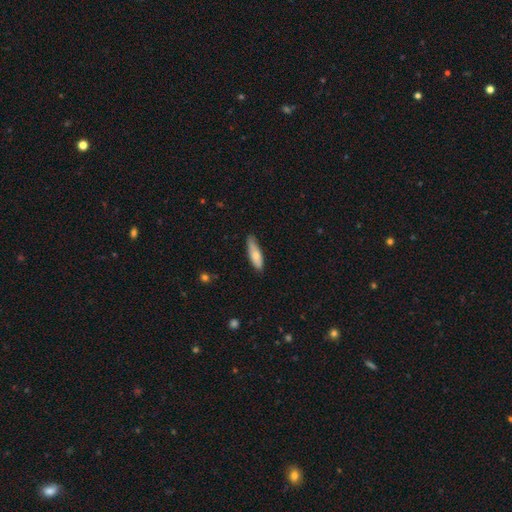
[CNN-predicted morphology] smooth 76%, featured or disk 18%, star or artifact 6%. Down the decision tree: how rounded — cigar-shaped (56%); merging — none (73%).